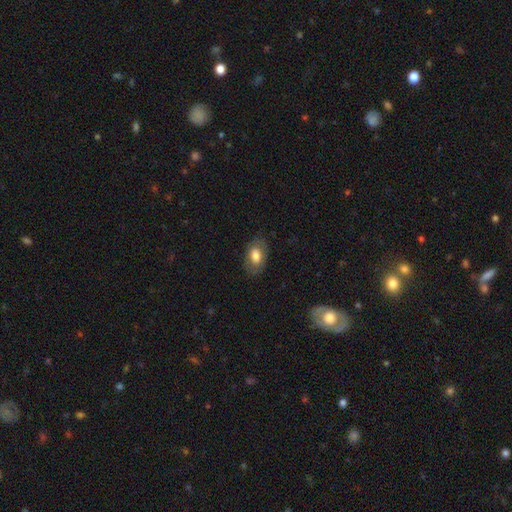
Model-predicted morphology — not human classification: A smooth galaxy with no disk features (71%) that is in between round and cigar-shaped (90%).

Vote fractions:
- Smooth or featured? smooth: 71% / featured or disk: 22% / star or artifact: 7%
- How rounded? in between: 90% / round: 9% / cigar-shaped: 1%
- Merging? none: 81% / minor disturbance: 14% / major disturbance: 5% / merger: 1%